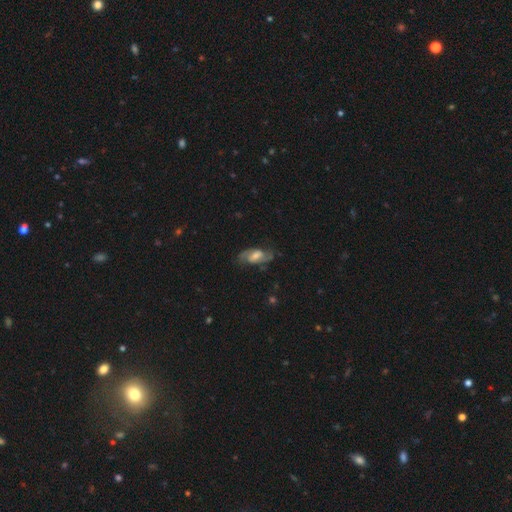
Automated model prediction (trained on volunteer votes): Smooth or featured?
  - featured or disk: 71% *
  - smooth: 22%
  - star or artifact: 7%
Edge-on disk?
  - no: 93% *
  - yes: 7%
Bar?
  - weak: 50% *
  - no: 29%
  - strong: 21%
Spiral arms?
  - yes: 90% *
  - no: 10%
Spiral winding?
  - medium: 48% *
  - loose: 29%
  - tight: 22%
Spiral arm count?
  - 2: 86% *
  - can't tell: 8%
  - 1: 2%
  - 3: 2%
  - 4: 1%
  - more than 4: 1%
Bulge size?
  - moderate: 46% *
  - small: 27%
  - large: 16%
  - none: 9%
  - dominant: 2%
Merging?
  - none: 70% *
  - minor disturbance: 19%
  - major disturbance: 9%
  - merger: 2%